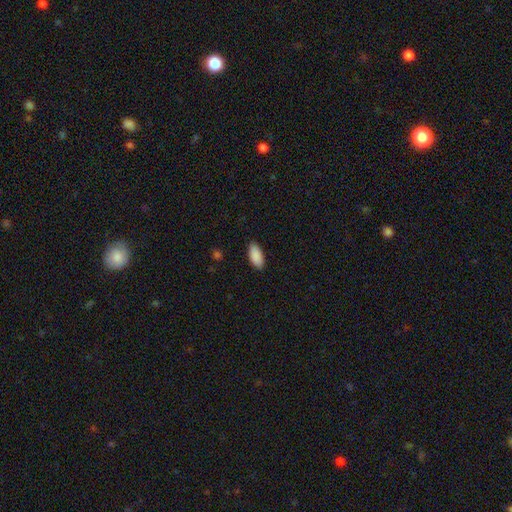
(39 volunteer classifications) smooth 92%, star or artifact 5%, featured or disk 3%. Down the decision tree: how rounded — in between (83%); merging — none (86%).